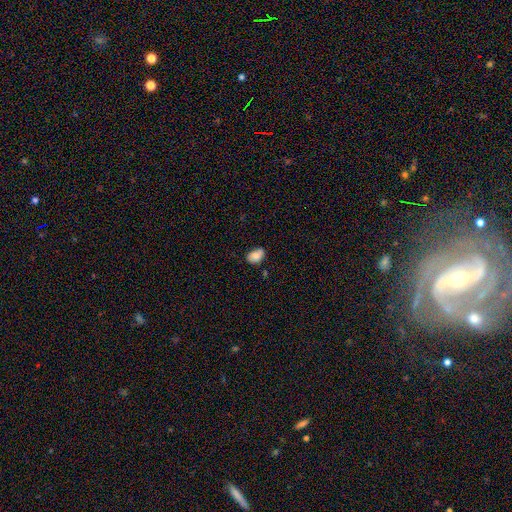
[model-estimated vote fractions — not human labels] Smooth or featured: smooth — 78% (featured or disk — 14%)
How rounded: in between — 83% (round — 16%)
Merging: none — 61% (minor disturbance — 28%)